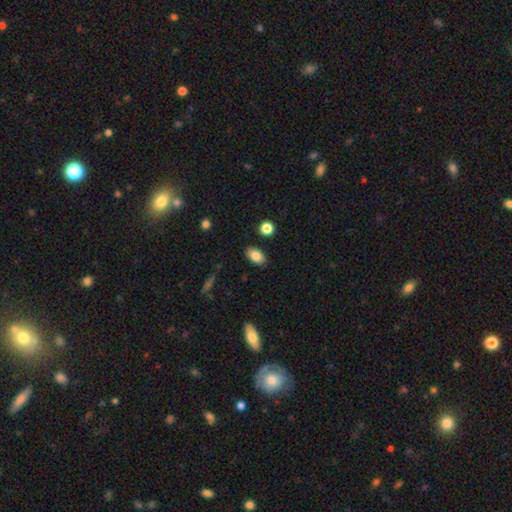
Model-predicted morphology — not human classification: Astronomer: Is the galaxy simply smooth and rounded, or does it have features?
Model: smooth — 83%.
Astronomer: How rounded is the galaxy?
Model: in between — 90%.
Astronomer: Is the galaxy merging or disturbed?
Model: none — 87%.